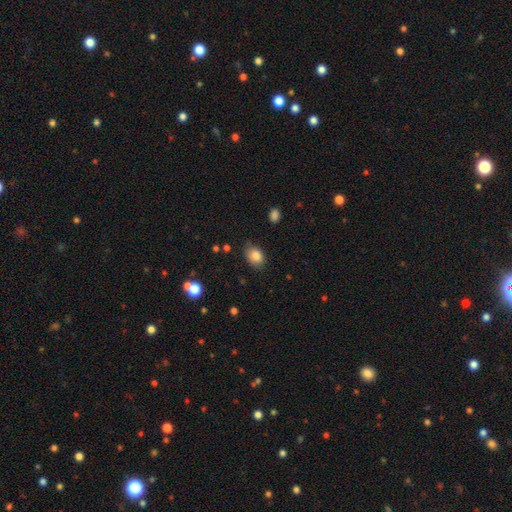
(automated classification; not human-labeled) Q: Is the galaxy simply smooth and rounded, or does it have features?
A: smooth — 84%.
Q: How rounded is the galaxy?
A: in between — 76%.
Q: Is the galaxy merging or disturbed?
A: none — 78%.